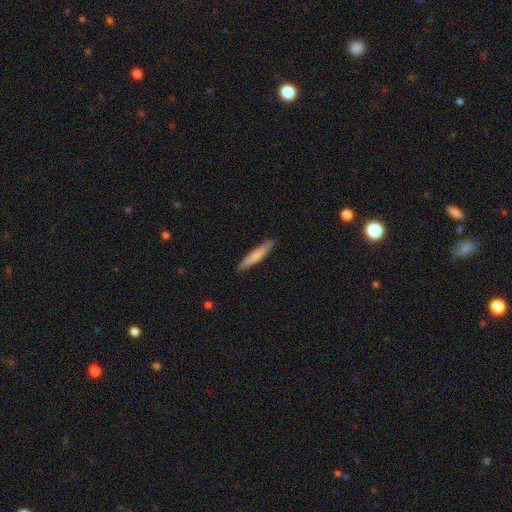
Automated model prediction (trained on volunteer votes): smooth-or-featured: smooth: 72% | featured or disk: 23% | star or artifact: 5%
  how-rounded: cigar-shaped: 93% | in between: 6% | round: 1%
  merging: none: 89% | minor disturbance: 8% | major disturbance: 1% | merger: 1%